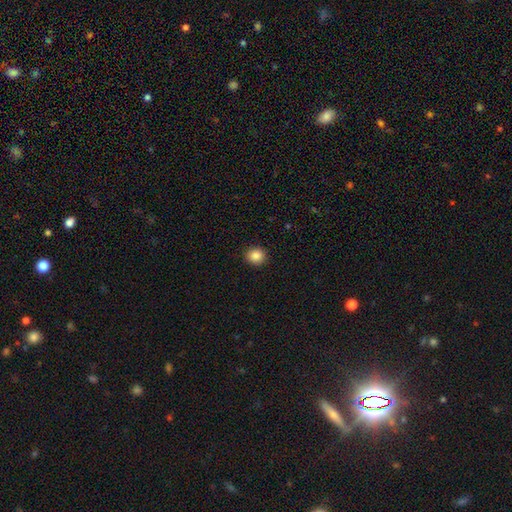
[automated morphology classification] This is clearly a smooth galaxy (86%). How rounded: clearly round (87%). Merging: clearly none (92%).